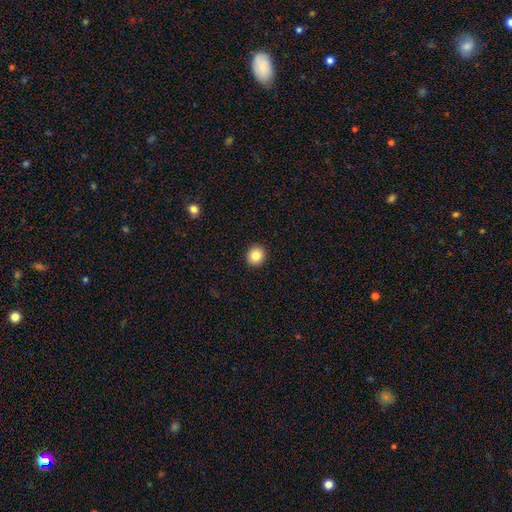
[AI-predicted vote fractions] Smooth or featured?
  - smooth: 84% *
  - star or artifact: 10%
  - featured or disk: 6%
How rounded?
  - round: 87% *
  - in between: 12%
  - cigar-shaped: 1%
Merging?
  - none: 93% *
  - minor disturbance: 5%
  - major disturbance: 1%
  - merger: 1%